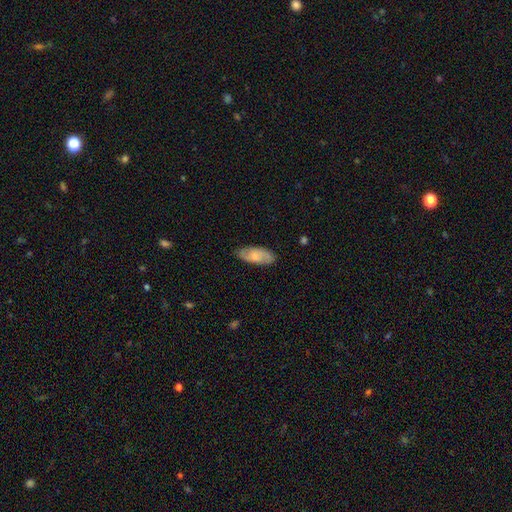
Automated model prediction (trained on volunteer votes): Smooth or featured? Predicted: smooth (p=0.56). How rounded? Predicted: in between (p=0.83). Merging? Predicted: none (p=0.83).